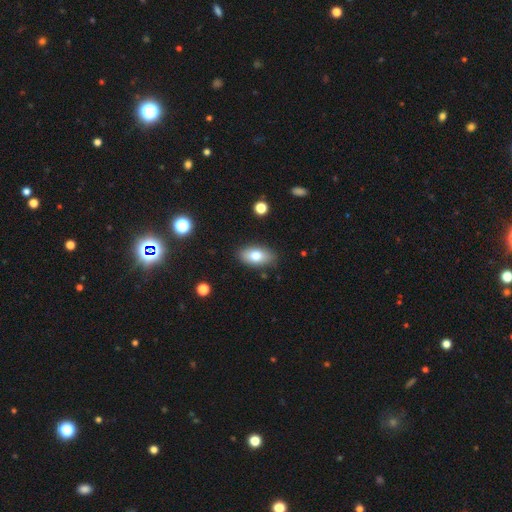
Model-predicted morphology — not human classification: Smooth or featured? smooth (75%)
How rounded? in between (91%)
Merging? none (85%)